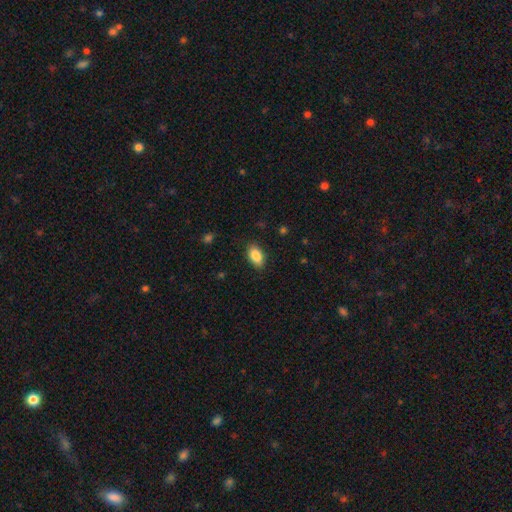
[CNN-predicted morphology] Q: Smooth or featured?
A: smooth (87%); runner-up: star or artifact (7%)
Q: How rounded?
A: in between (92%); runner-up: round (5%)
Q: Merging?
A: none (86%); runner-up: minor disturbance (11%)